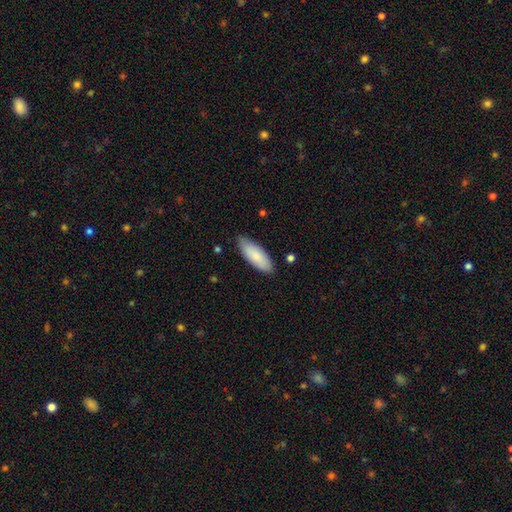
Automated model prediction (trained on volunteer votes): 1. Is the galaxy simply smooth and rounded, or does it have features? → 84% smooth, 11% featured or disk, 5% star or artifact.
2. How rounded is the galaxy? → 73% in between, 25% cigar-shaped, 1% round.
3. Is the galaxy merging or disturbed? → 80% none, 16% minor disturbance, 2% major disturbance, 1% merger.